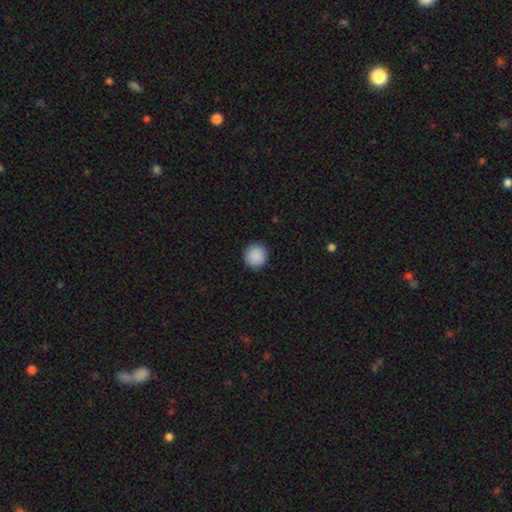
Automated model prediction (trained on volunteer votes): The model was most divided on "smooth or featured": smooth: 90%, star or artifact: 8%, featured or disk: 2%. More confident: how rounded — round (92%); merging — none (92%).